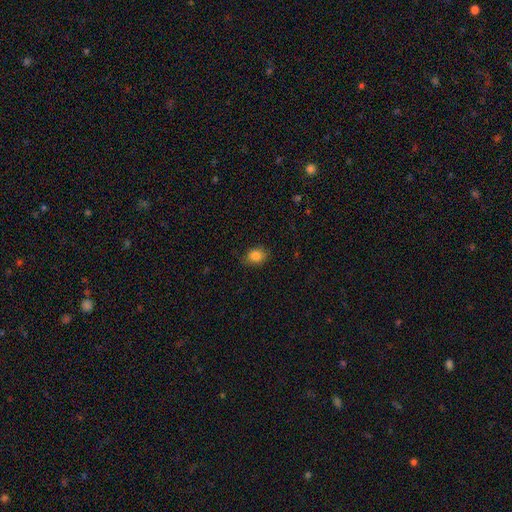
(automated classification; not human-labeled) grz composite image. It shows a smooth galaxy with no disk features (84%) that is in between round and cigar-shaped (53%). Merging: none (79%).